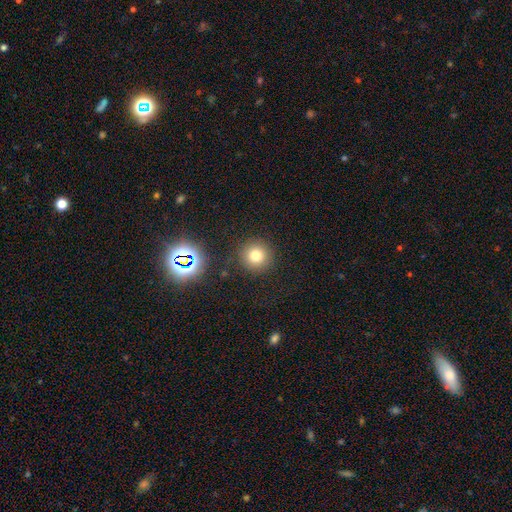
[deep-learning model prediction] The model was most divided on "smooth or featured": smooth: 75%, star or artifact: 17%, featured or disk: 8%. More confident: how rounded — round (95%); merging — none (88%).